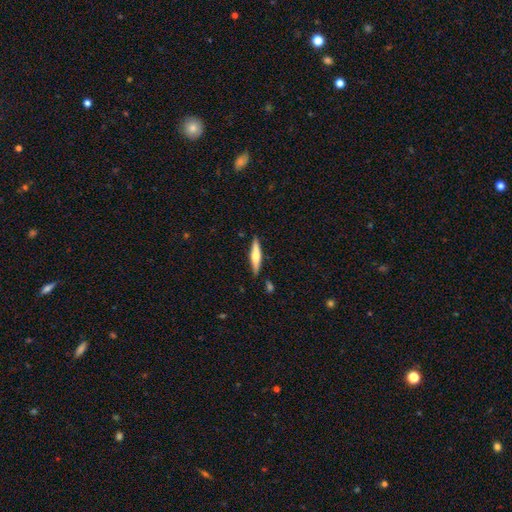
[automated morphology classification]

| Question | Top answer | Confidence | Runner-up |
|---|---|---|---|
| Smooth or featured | smooth | 47% | tied: featured or disk (47%) |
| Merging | none | 86% | minor disturbance (10%) |